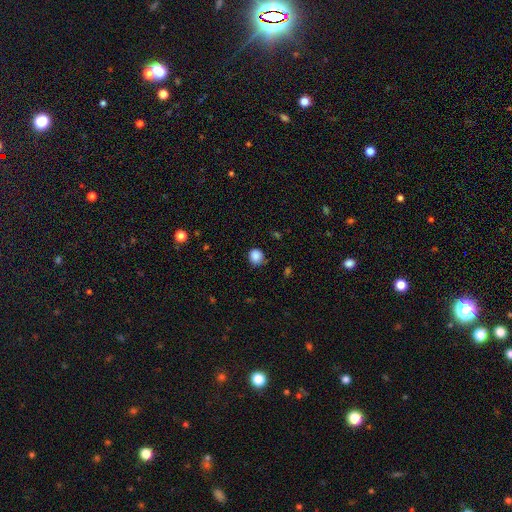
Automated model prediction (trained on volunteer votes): This is clearly a smooth galaxy (86%). How rounded: clearly round (84%). Merging: likely none (75%).